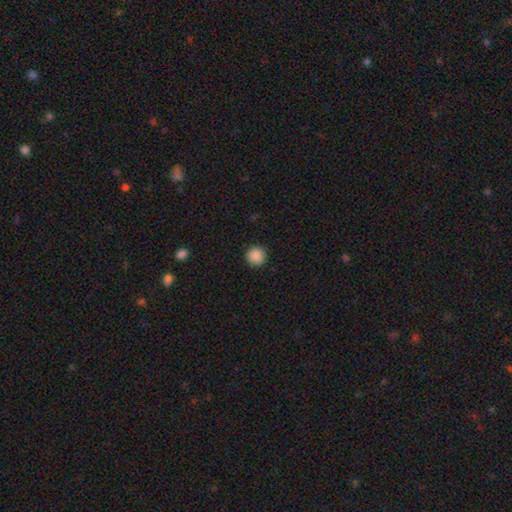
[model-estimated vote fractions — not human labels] The model was most divided on "smooth or featured": smooth: 89%, star or artifact: 9%, featured or disk: 2%. More confident: how rounded — round (95%); merging — none (92%).